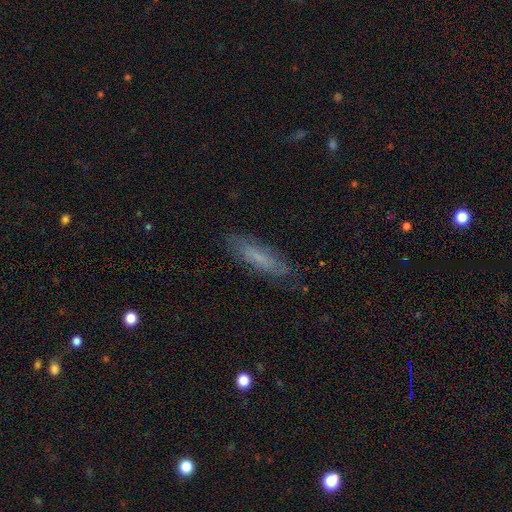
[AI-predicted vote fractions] This appears to be a smooth galaxy with no disk features (54%) that is cigar-shaped (70%). Merging: none (81%).